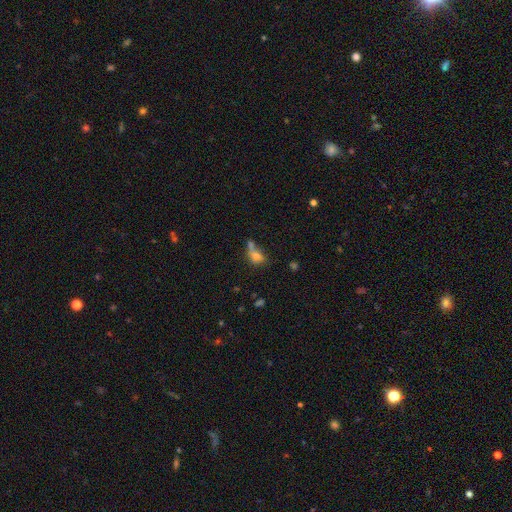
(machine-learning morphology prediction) The model was most divided on "merging": merger: 39%, none: 27%, major disturbance: 17%, minor disturbance: 16%. More confident: how rounded — in between (70%); smooth or featured — smooth (69%).